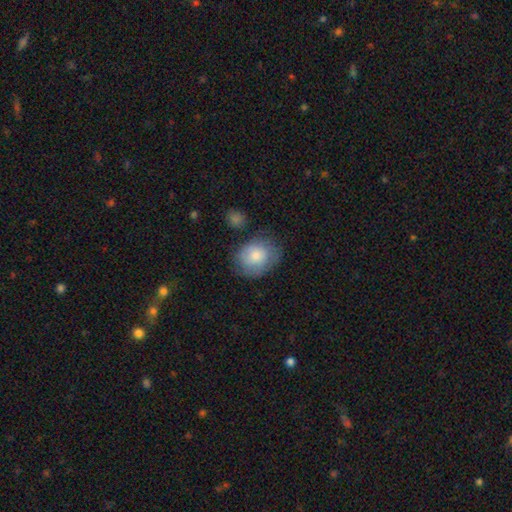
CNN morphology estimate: smooth-or-featured: smooth: 77% | featured or disk: 17% | star or artifact: 6%
  how-rounded: round: 51% | in between: 48% | cigar-shaped: 1%
  merging: none: 64% | minor disturbance: 24% | major disturbance: 8% | merger: 5%